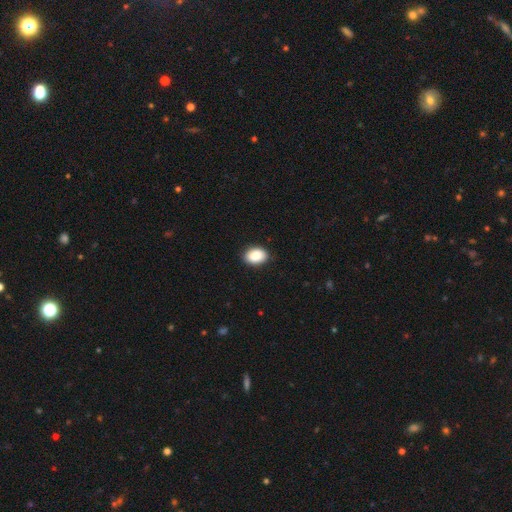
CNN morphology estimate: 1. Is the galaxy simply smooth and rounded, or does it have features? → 88% smooth, 7% star or artifact, 4% featured or disk.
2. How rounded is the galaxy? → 82% in between, 17% round, 1% cigar-shaped.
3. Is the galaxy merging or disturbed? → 89% none, 8% minor disturbance, 2% major disturbance, 1% merger.